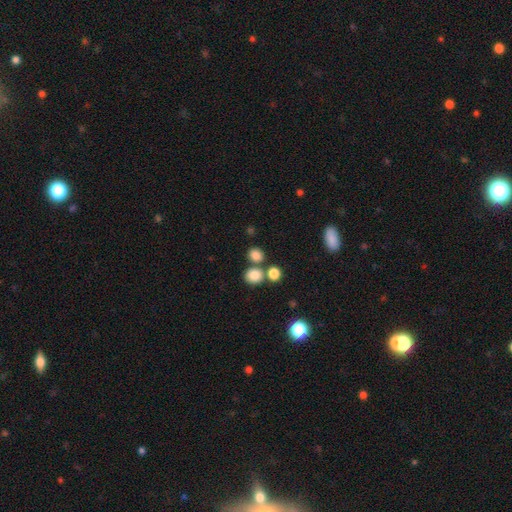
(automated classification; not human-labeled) Overall: smooth (81%). How rounded: round (71%). Merging: none (64%).